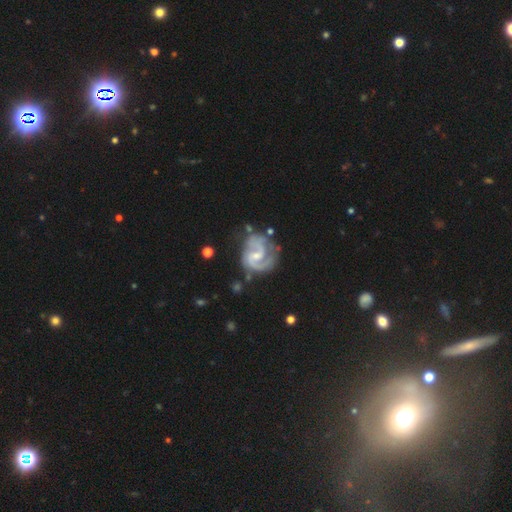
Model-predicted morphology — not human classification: This appears to be a featured or disk galaxy (91%) with a weak bar (56%), 2 (84%) medium (55%) spiral arms (98%) and a small central bulge (57%). Merging: none (62%).